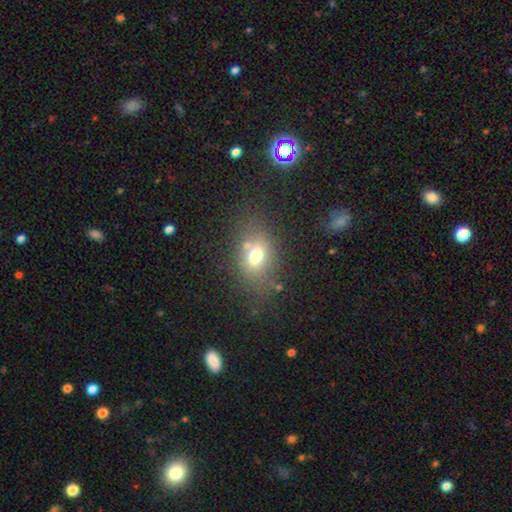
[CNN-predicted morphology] Smooth or featured?
  - smooth: 66% *
  - featured or disk: 18%
  - star or artifact: 16%
How rounded?
  - in between: 63% *
  - round: 35%
  - cigar-shaped: 2%
Merging?
  - none: 64% *
  - minor disturbance: 16%
  - merger: 11%
  - major disturbance: 9%